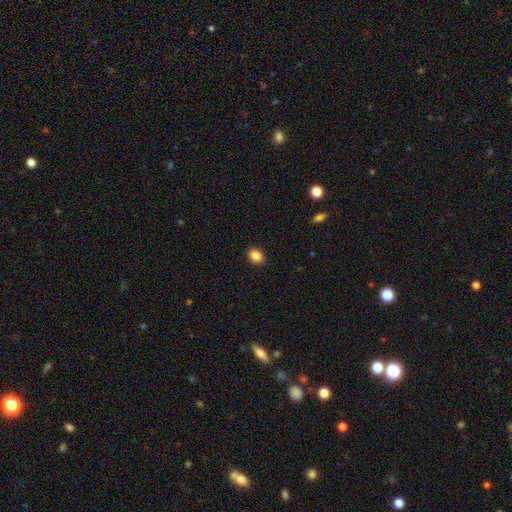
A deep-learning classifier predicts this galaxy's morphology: smooth_or_featured: smooth (p=0.85) [alt: star or artifact p=0.10]
how_rounded: round (p=0.63) [alt: in between p=0.36]
merging: none (p=0.92) [alt: minor disturbance p=0.06]